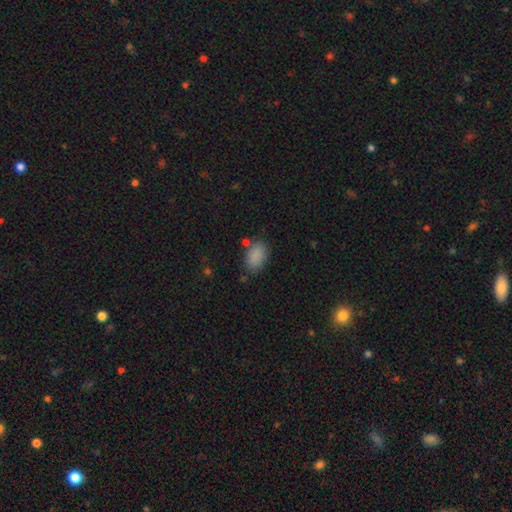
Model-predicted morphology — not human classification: smooth 87%, star or artifact 8%, featured or disk 4%. Down the decision tree: how rounded — in between (88%); merging — none (75%).